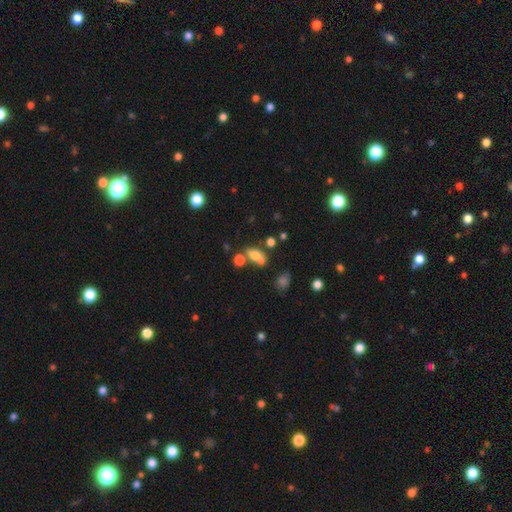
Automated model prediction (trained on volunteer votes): smooth 71%, star or artifact 15%, featured or disk 14%. Down the decision tree: how rounded — in between (78%); merging — none (43%).